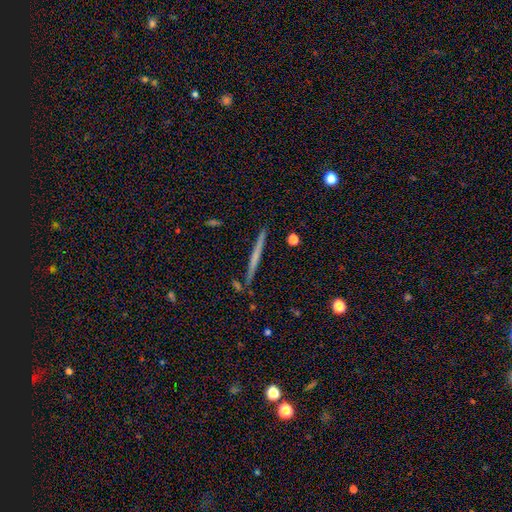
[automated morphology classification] featured or disk 52%, smooth 41%, star or artifact 7%. Down the decision tree: edge-on disk — yes (98%); edge-on bulge — none (82%); merging — none (90%).